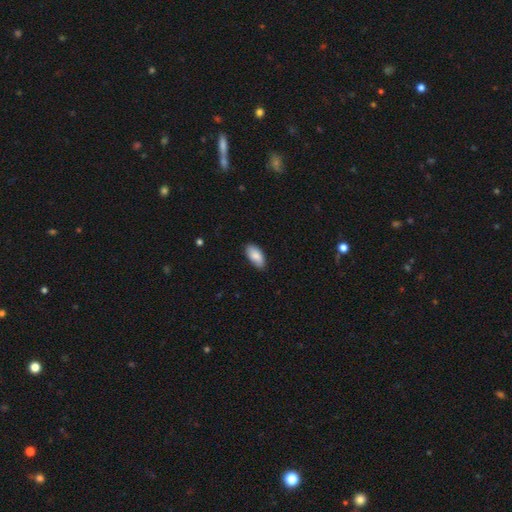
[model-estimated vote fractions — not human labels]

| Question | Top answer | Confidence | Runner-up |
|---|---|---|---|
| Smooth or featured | smooth | 86% | featured or disk (8%) |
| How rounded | in between | 94% | cigar-shaped (4%) |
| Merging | none | 81% | minor disturbance (16%) |